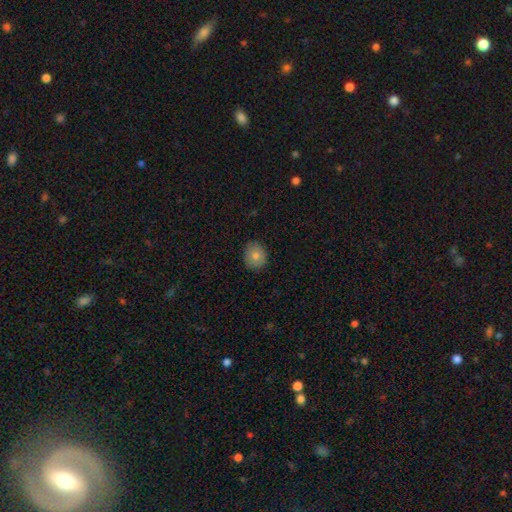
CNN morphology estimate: smooth 78%, featured or disk 12%, star or artifact 9%. Down the decision tree: how rounded — round (78%); merging — none (86%).